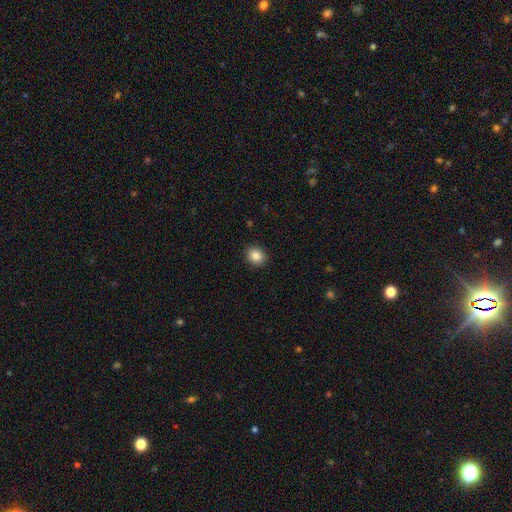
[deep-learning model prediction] smooth-or-featured: smooth: 86% | star or artifact: 10% | featured or disk: 5%
  how-rounded: round: 71% | in between: 28% | cigar-shaped: 1%
  merging: none: 91% | minor disturbance: 6% | major disturbance: 2% | merger: 1%